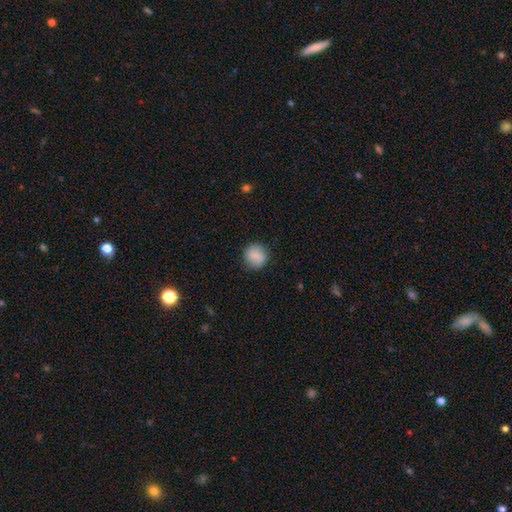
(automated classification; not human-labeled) Smooth or featured: smooth — 85% (star or artifact — 8%)
How rounded: round — 82% (in between — 17%)
Merging: none — 84% (minor disturbance — 11%)